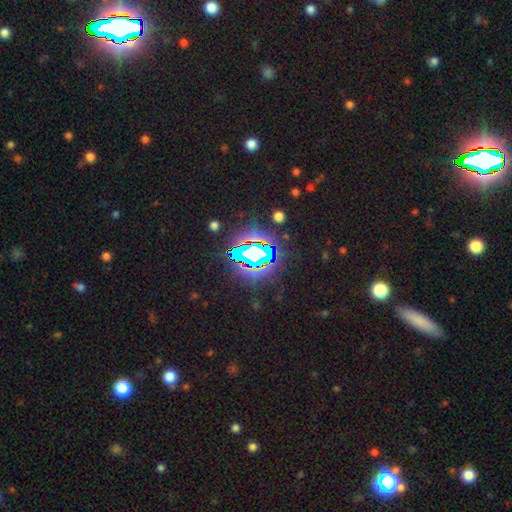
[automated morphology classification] Overall: star or artifact (78%).